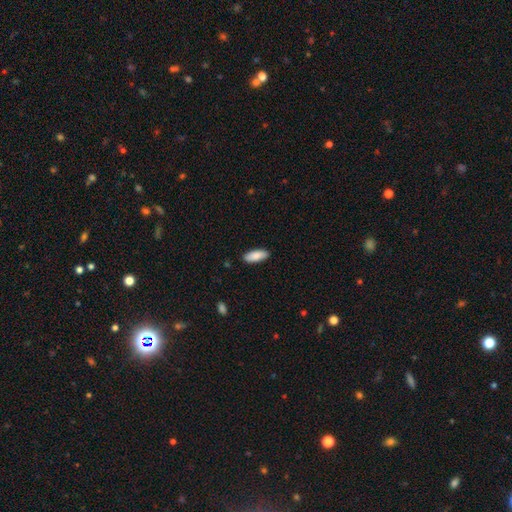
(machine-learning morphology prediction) Smooth or featured?
  - smooth: 88% *
  - featured or disk: 6%
  - star or artifact: 6%
How rounded?
  - in between: 75% *
  - cigar-shaped: 23%
  - round: 2%
Merging?
  - none: 89% *
  - minor disturbance: 8%
  - major disturbance: 2%
  - merger: 1%